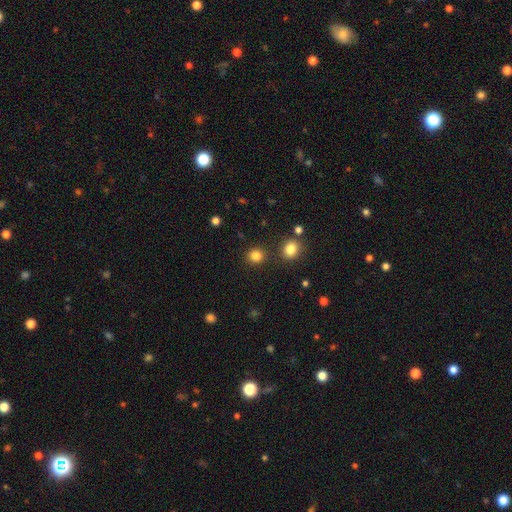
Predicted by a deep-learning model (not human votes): A smooth galaxy with no disk features (83%) that is round (88%). Merging: none (87%).